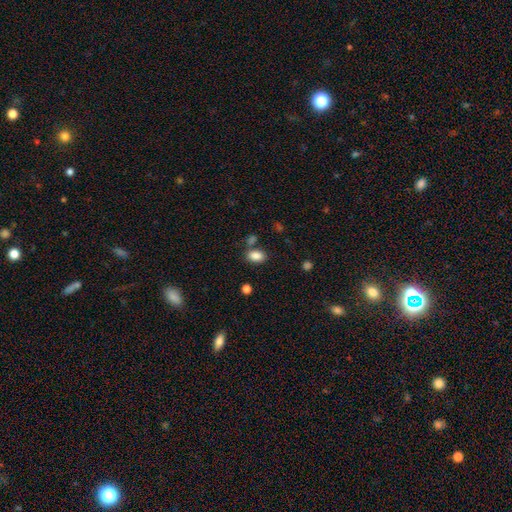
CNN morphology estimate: The model was most divided on "how rounded": in between: 79%, round: 20%, cigar-shaped: 1%. More confident: smooth or featured — smooth (86%); merging — none (72%).